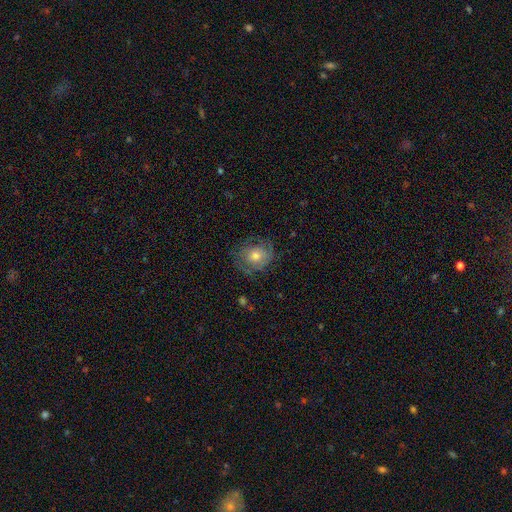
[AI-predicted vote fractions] Smooth or featured? featured or disk (46%)
Merging? none (69%)